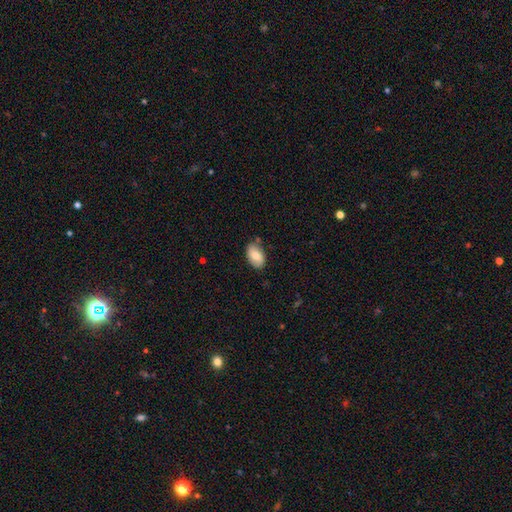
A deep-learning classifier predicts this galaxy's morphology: A smooth galaxy with no disk features (74%) that is in between round and cigar-shaped (92%). Merging: none (77%).